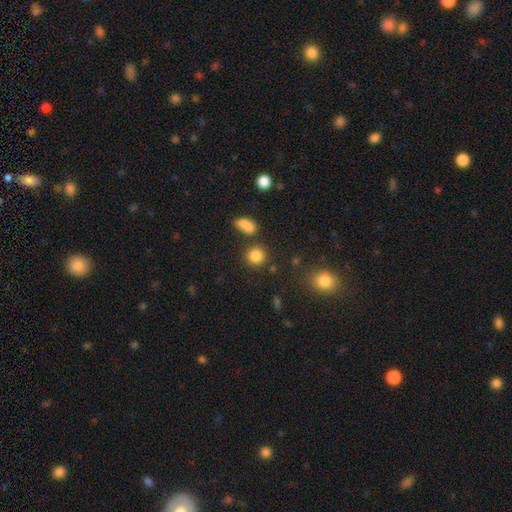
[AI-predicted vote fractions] Overall: smooth (82%). How rounded: round (88%). Merging: none (76%).